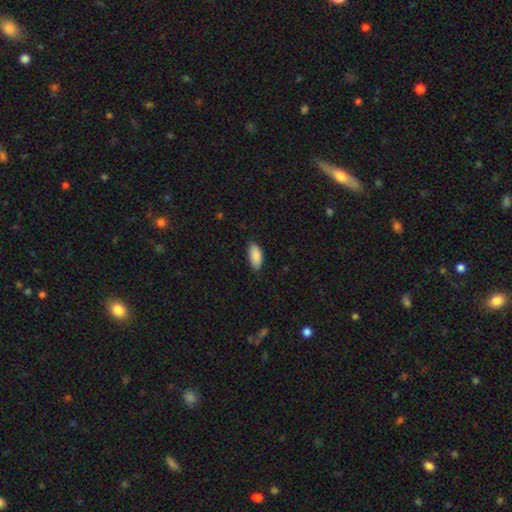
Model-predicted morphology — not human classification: This appears to be a smooth galaxy with no disk features (90%) that is in between round and cigar-shaped (90%). Merging: none (83%).